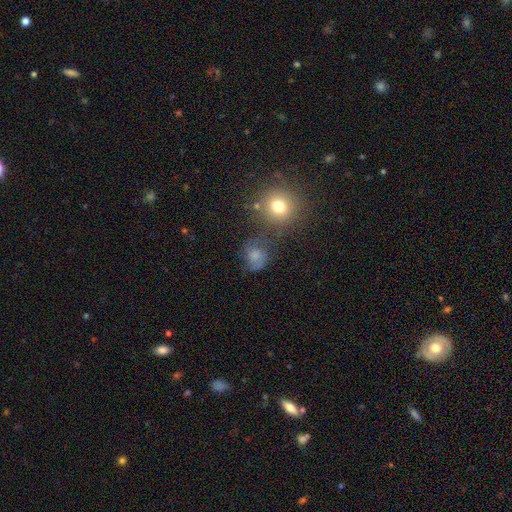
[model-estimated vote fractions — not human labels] smooth_or_featured: smooth (p=0.62) [alt: featured or disk p=0.22]
how_rounded: round (p=0.73) [alt: in between p=0.26]
merging: none (p=0.53) [alt: minor disturbance p=0.21]